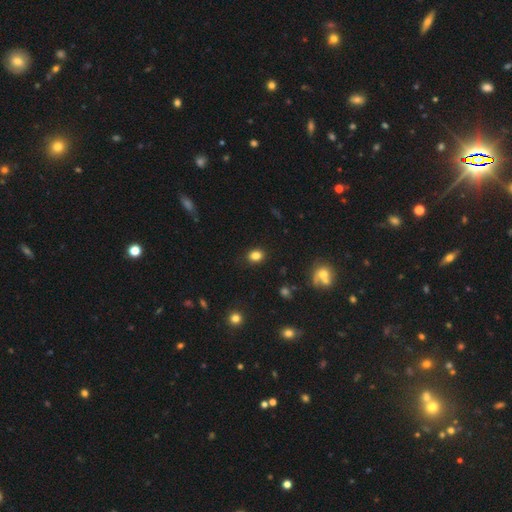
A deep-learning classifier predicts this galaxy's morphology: smooth_or_featured: smooth (p=0.83) [alt: star or artifact p=0.12]
how_rounded: in between (p=0.52) [alt: round p=0.47]
merging: none (p=0.87) [alt: minor disturbance p=0.09]